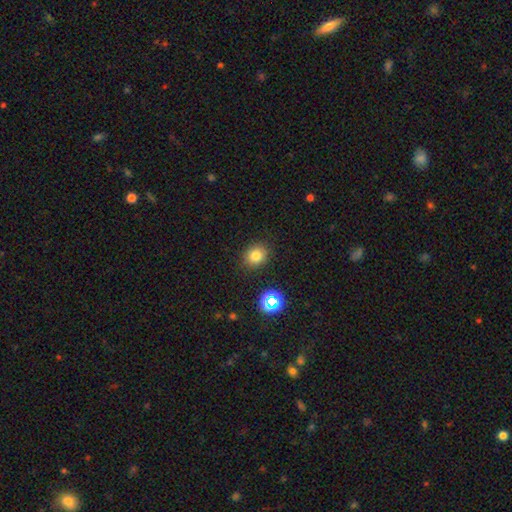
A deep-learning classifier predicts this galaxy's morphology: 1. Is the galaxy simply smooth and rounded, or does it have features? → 76% smooth, 16% star or artifact, 8% featured or disk.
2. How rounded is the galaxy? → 70% round, 29% in between, 1% cigar-shaped.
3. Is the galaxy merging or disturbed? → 86% none, 9% minor disturbance, 3% major disturbance, 2% merger.